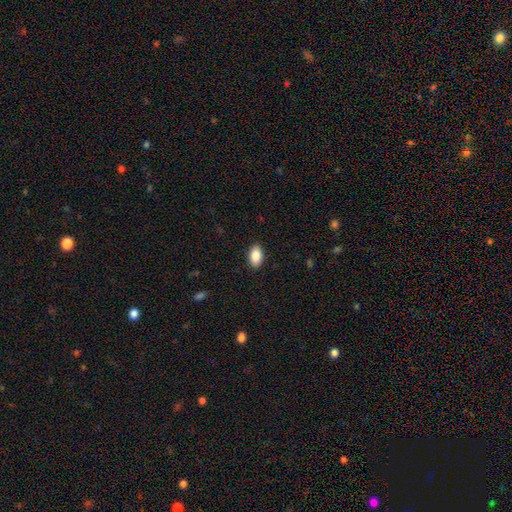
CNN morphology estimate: Overall: smooth (87%). How rounded: in between (93%). Merging: none (90%).